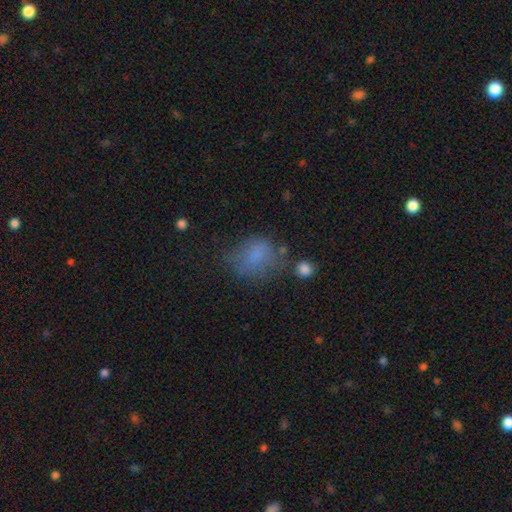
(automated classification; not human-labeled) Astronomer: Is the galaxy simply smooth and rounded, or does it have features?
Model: smooth — 71%.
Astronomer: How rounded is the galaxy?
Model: in between — 52% (runner-up: round, 47%).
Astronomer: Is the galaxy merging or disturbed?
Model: none — 48% (runner-up: minor disturbance, 27%).